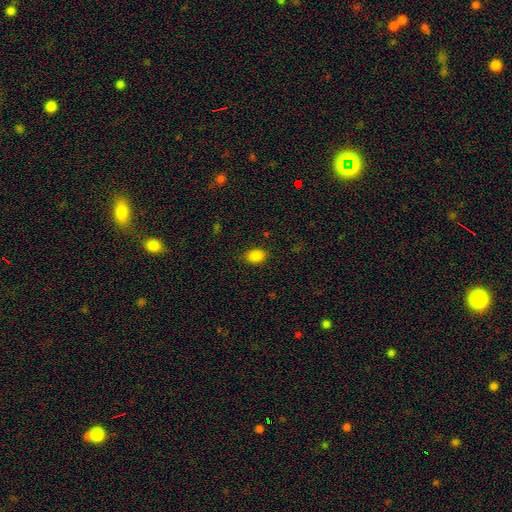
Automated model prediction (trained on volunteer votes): smooth-or-featured: smooth: 87% | star or artifact: 10% | featured or disk: 4%
  how-rounded: in between: 78% | round: 21% | cigar-shaped: 1%
  merging: none: 85% | minor disturbance: 11% | major disturbance: 3% | merger: 1%